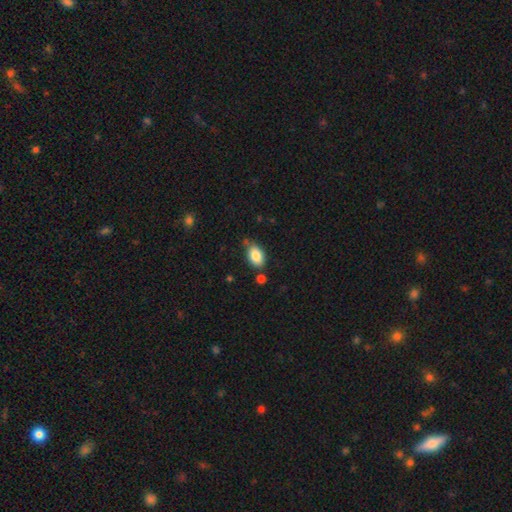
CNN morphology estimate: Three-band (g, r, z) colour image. It shows a smooth galaxy with no disk features (85%) that is in between round and cigar-shaped (91%). Merging: none (64%).